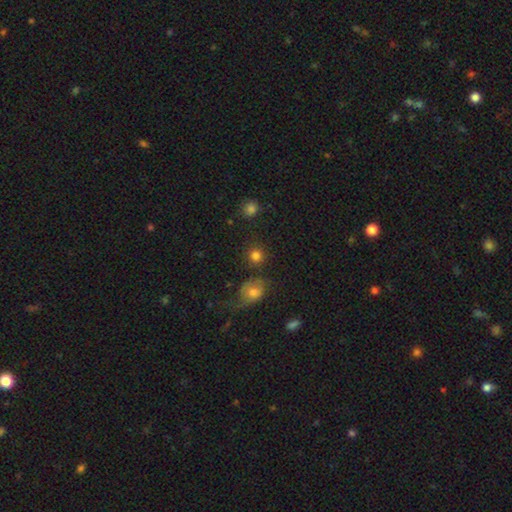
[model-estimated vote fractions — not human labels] Overall: smooth (81%). How rounded: round (90%). Merging: none (78%).